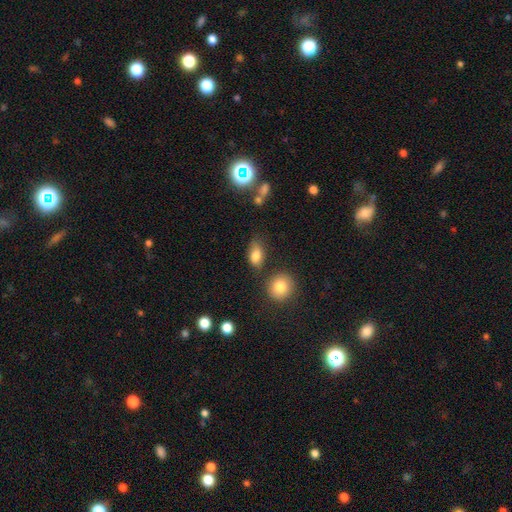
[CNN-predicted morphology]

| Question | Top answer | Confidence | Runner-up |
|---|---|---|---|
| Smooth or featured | smooth | 81% | star or artifact (10%) |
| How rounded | in between | 83% | round (13%) |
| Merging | none | 66% | minor disturbance (21%) |